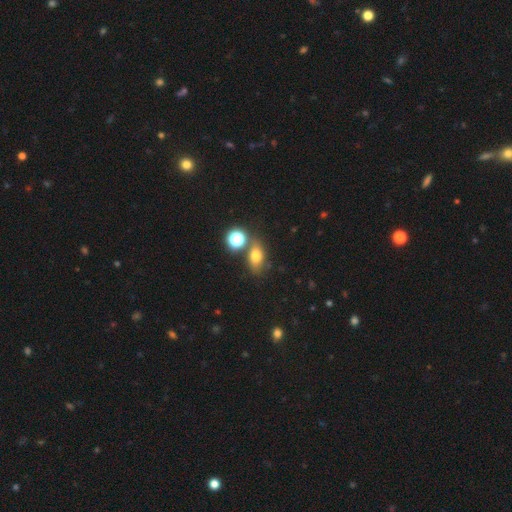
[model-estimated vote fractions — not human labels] Smooth or featured?
  - smooth: 70% *
  - star or artifact: 17%
  - featured or disk: 14%
How rounded?
  - in between: 69% *
  - round: 27%
  - cigar-shaped: 3%
Merging?
  - none: 63% *
  - merger: 16%
  - minor disturbance: 15%
  - major disturbance: 6%